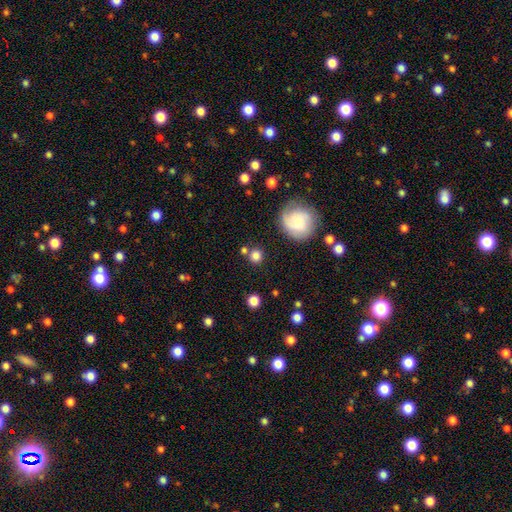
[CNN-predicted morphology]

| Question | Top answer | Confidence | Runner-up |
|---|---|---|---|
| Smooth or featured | smooth | 79% | star or artifact (11%) |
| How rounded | round | 90% | in between (9%) |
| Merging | none | 74% | merger (12%) |